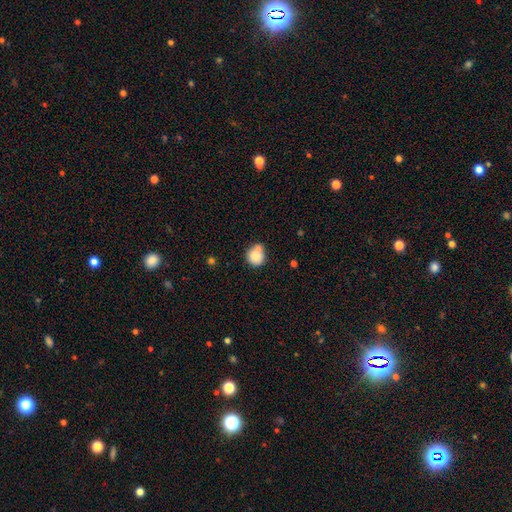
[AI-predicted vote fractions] smooth 81%, featured or disk 10%, star or artifact 9%. Down the decision tree: how rounded — round (82%); merging — none (51%).